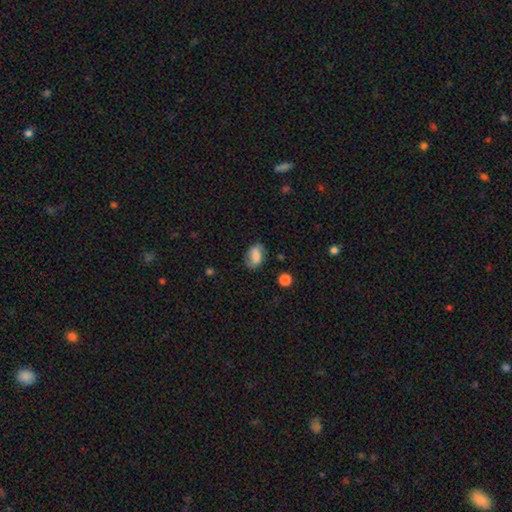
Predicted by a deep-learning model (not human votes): This is likely a smooth galaxy (72%). How rounded: clearly in between (82%). Merging: likely none (68%).